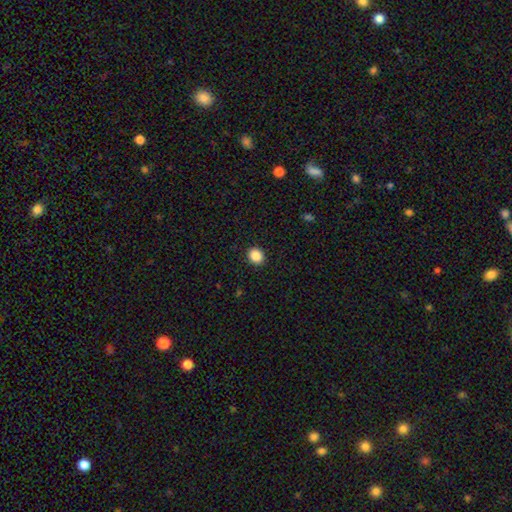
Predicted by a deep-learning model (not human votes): A smooth galaxy with no disk features (88%) that is round (66%).

Vote fractions:
- Smooth or featured? smooth: 88% / star or artifact: 9% / featured or disk: 3%
- How rounded? round: 66% / in between: 33% / cigar-shaped: 1%
- Merging? none: 92% / minor disturbance: 6% / major disturbance: 2% / merger: 1%